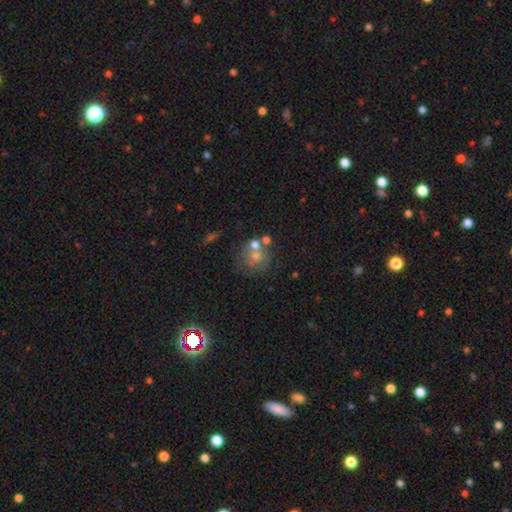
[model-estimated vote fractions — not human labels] The model was most divided on "smooth or featured": smooth: 45%, featured or disk: 32%, star or artifact: 23%. More confident: merging — none (50%).